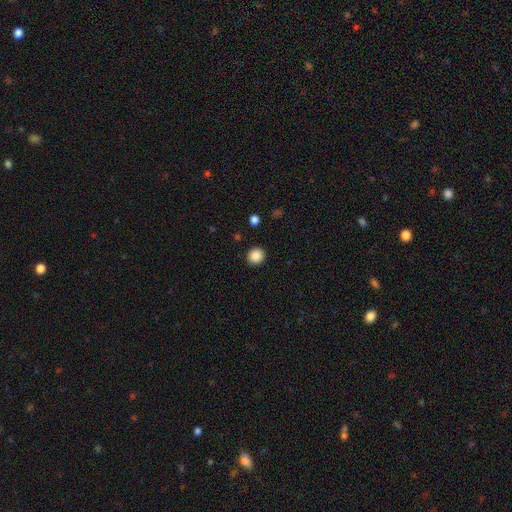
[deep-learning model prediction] This is clearly a smooth galaxy (88%). How rounded: clearly round (90%). Merging: clearly none (92%).